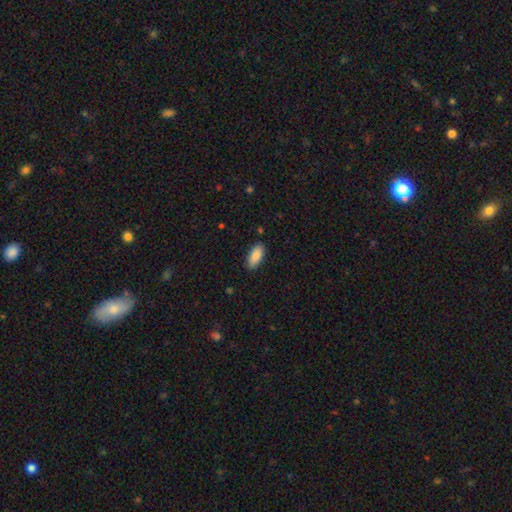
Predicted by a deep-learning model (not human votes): This is clearly a smooth galaxy (87%). How rounded: clearly in between (87%). Merging: clearly none (87%).